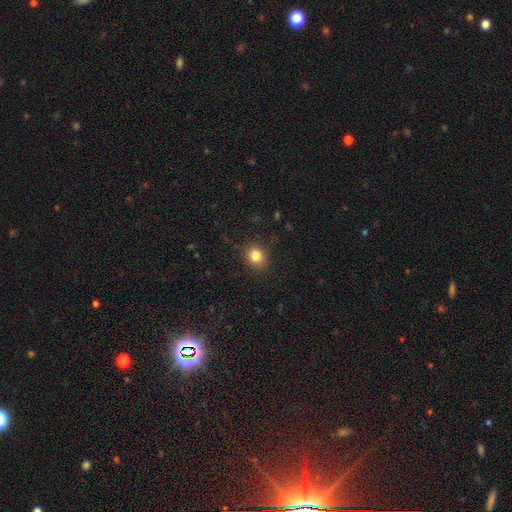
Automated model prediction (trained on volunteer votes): smooth-or-featured: smooth: 84% | star or artifact: 11% | featured or disk: 6%
  how-rounded: round: 71% | in between: 28% | cigar-shaped: 1%
  merging: none: 88% | minor disturbance: 8% | major disturbance: 3% | merger: 1%